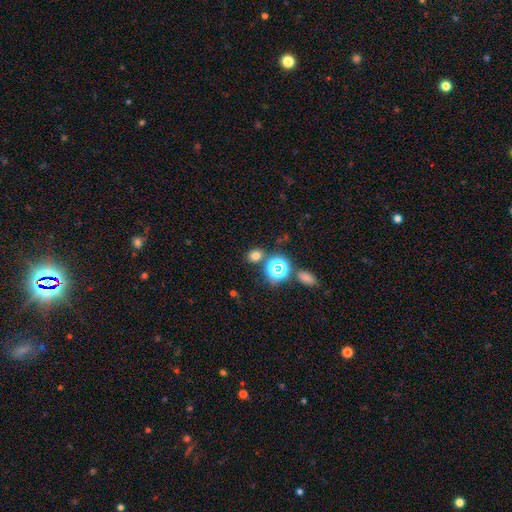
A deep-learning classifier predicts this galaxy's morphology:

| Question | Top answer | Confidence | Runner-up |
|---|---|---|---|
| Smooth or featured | smooth | 69% | star or artifact (25%) |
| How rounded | round | 62% | in between (37%) |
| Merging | none | 78% | minor disturbance (9%) |